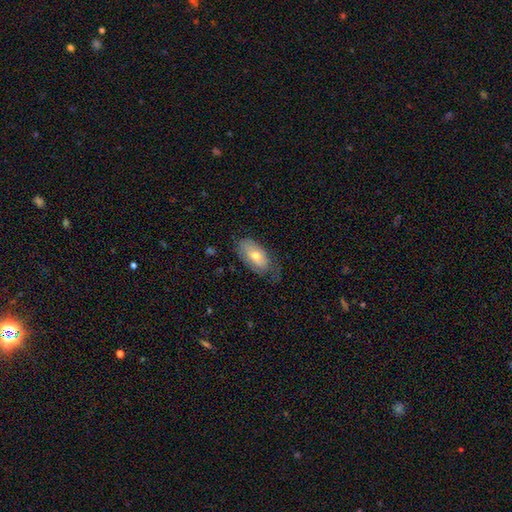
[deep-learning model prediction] A smooth galaxy with no disk features (65%) that is in between round and cigar-shaped (93%).

Vote fractions:
- Smooth or featured? smooth: 65% / featured or disk: 28% / star or artifact: 6%
- How rounded? in between: 93% / round: 4% / cigar-shaped: 3%
- Merging? none: 57% / minor disturbance: 30% / major disturbance: 12% / merger: 1%